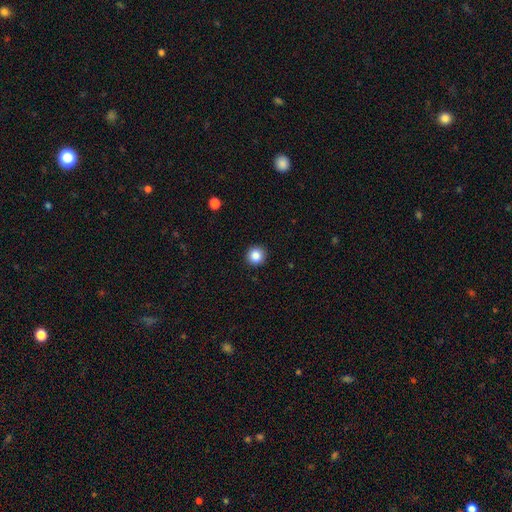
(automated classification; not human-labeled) A smooth galaxy with no disk features (86%) that is round (95%). Merging: none (93%).